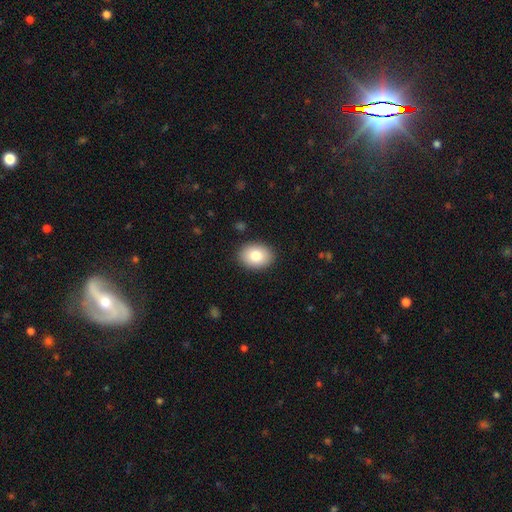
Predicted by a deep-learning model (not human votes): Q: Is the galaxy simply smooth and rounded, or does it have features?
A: smooth — 83%.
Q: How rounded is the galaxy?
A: in between — 74%.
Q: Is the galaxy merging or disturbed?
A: none — 89%.